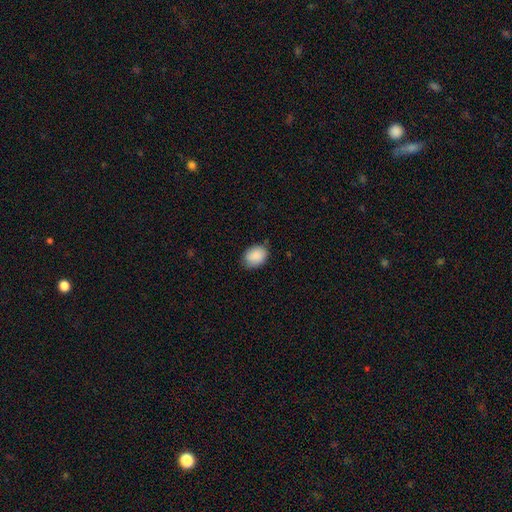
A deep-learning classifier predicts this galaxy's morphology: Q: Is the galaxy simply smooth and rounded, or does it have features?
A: smooth — 90%.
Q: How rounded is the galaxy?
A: in between — 72%.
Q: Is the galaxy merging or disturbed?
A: none — 77%.